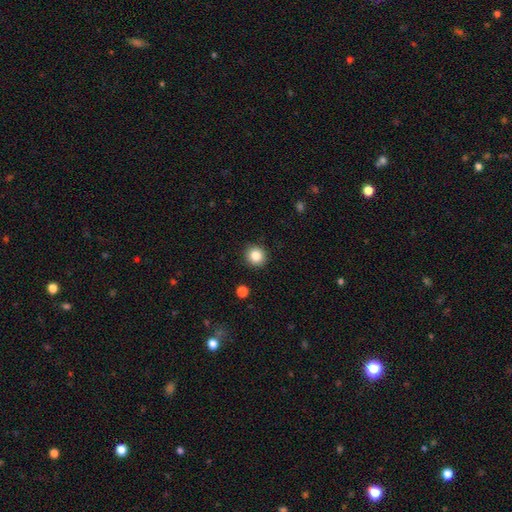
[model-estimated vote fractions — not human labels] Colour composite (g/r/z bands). It shows a smooth galaxy with no disk features (84%) that is round (92%). Merging: none (92%).